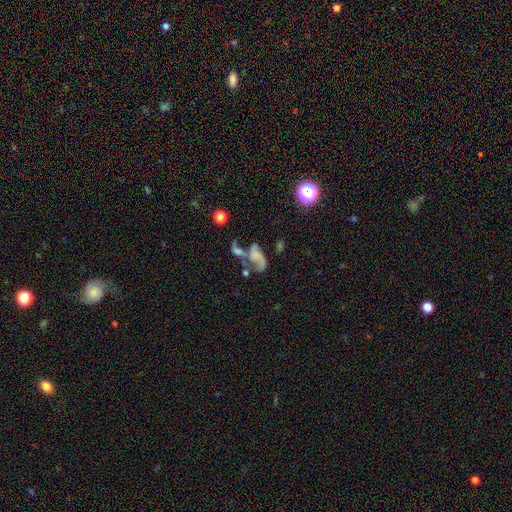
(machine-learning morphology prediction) This is possibly a featured or disk galaxy (54%). It is clearly not viewed edge-on (96%). Bar: likely no (75%). Spiral arm pattern: likely yes (65%). Central bulge: likely none (64%). Merging: possibly merger (48%).